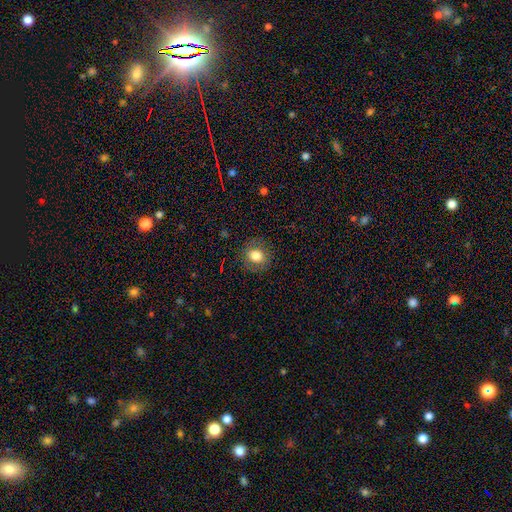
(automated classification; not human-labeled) This appears to be a smooth galaxy with no disk features (79%) that is round (75%). Merging: none (86%).